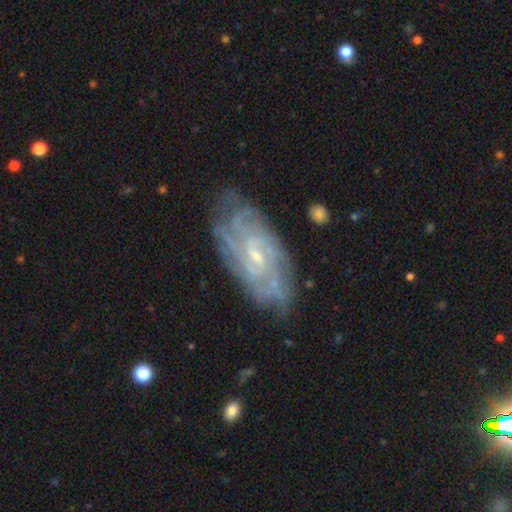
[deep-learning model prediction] This appears to be a featured or disk galaxy (83%) with a weak bar (49%), tight (65%) spiral arms (93%) and a small central bulge (69%). Merging: none (74%).